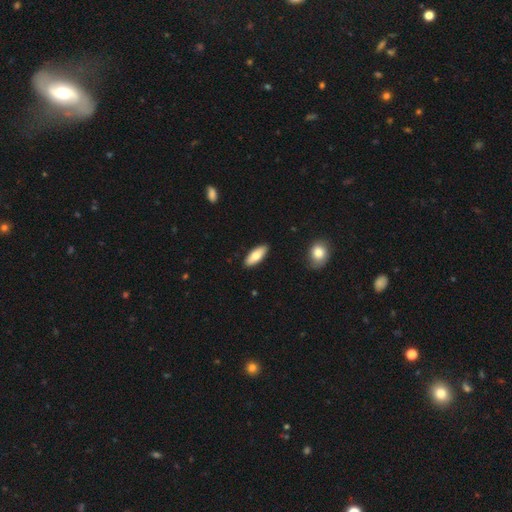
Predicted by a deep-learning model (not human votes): This is likely a smooth galaxy (75%). How rounded: likely in between (77%). Merging: clearly none (90%).